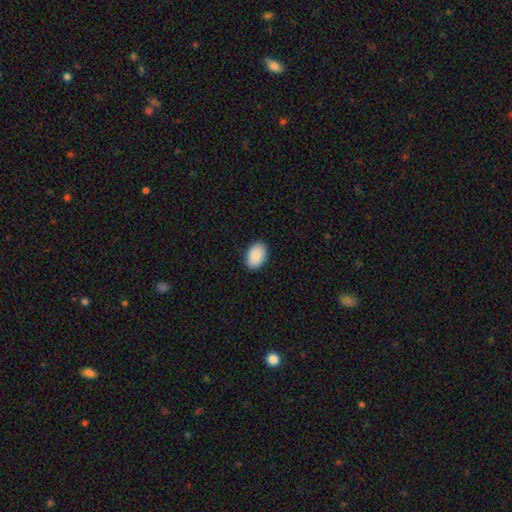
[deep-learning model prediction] This appears to be a smooth galaxy with no disk features (90%) that is in between round and cigar-shaped (89%). Merging: none (89%).